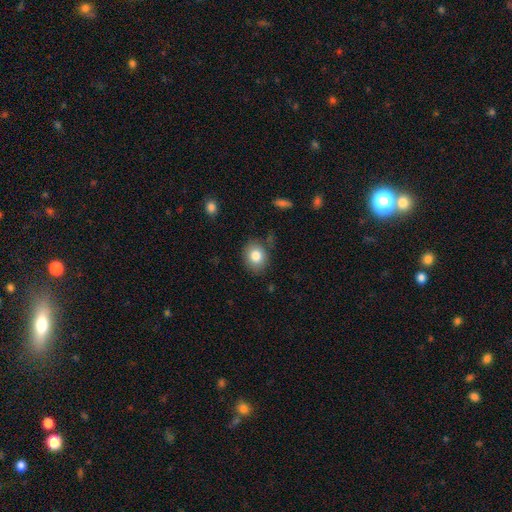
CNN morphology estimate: Smooth or featured?
  - smooth: 82% *
  - featured or disk: 9%
  - star or artifact: 9%
How rounded?
  - round: 55% *
  - in between: 44%
  - cigar-shaped: 1%
Merging?
  - none: 81% *
  - minor disturbance: 13%
  - major disturbance: 3%
  - merger: 2%